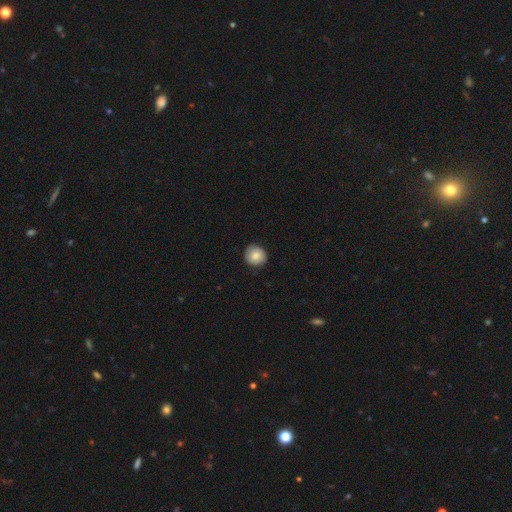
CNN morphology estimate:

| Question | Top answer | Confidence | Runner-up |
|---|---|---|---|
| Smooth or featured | smooth | 82% | featured or disk (10%) |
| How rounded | round | 90% | in between (9%) |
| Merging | none | 85% | minor disturbance (12%) |